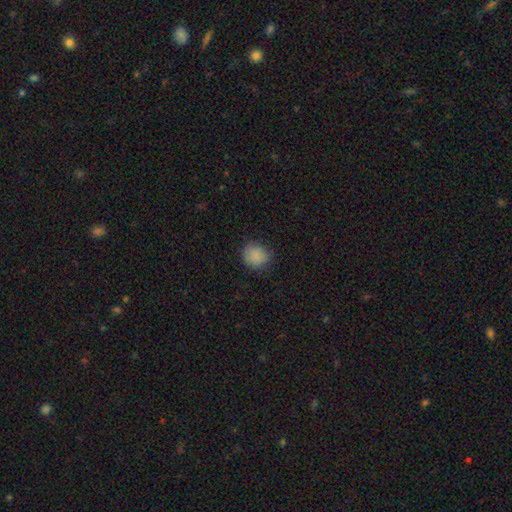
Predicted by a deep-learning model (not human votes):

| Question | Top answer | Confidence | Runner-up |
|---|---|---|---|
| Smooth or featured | smooth | 87% | star or artifact (9%) |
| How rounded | round | 80% | in between (20%) |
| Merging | none | 82% | minor disturbance (14%) |